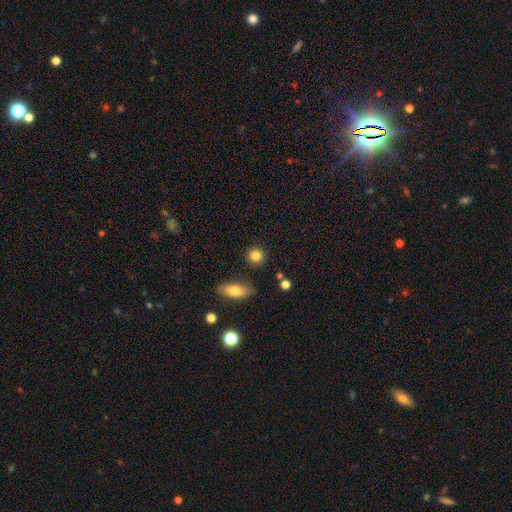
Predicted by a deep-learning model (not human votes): Q: Smooth or featured?
A: smooth (84%); runner-up: star or artifact (10%)
Q: How rounded?
A: round (88%); runner-up: in between (11%)
Q: Merging?
A: none (88%); runner-up: minor disturbance (7%)